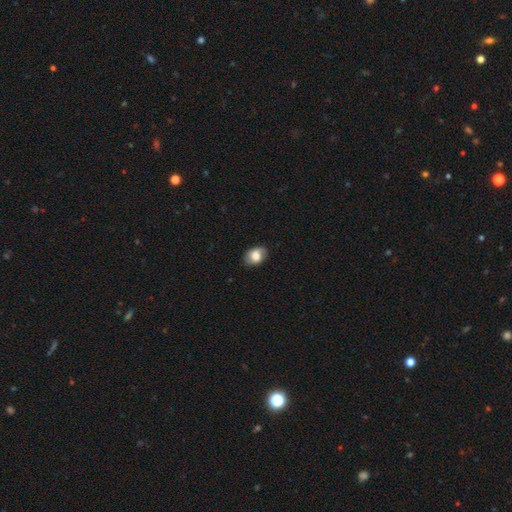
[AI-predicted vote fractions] Morphology: type=smooth (72%); roundness=in between (79%); merging=none (78%).